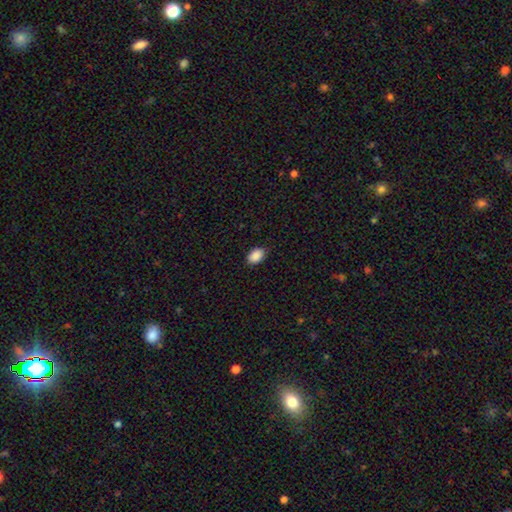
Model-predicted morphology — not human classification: Q: Smooth or featured?
A: smooth (90%); runner-up: star or artifact (7%)
Q: How rounded?
A: in between (88%); runner-up: round (11%)
Q: Merging?
A: none (86%); runner-up: minor disturbance (11%)